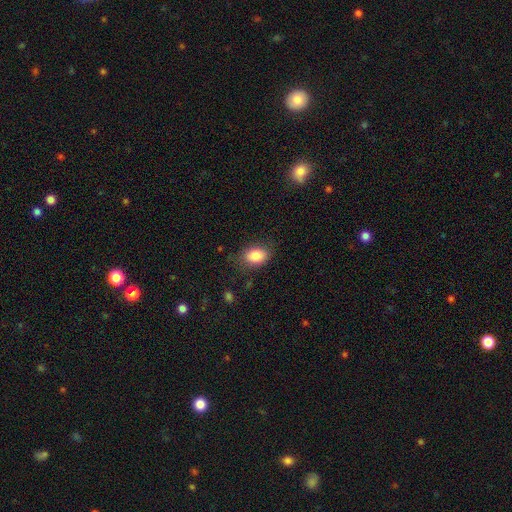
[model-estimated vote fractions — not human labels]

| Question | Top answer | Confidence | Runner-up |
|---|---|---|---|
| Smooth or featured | smooth | 85% | star or artifact (8%) |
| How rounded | in between | 80% | round (19%) |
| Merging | none | 77% | minor disturbance (16%) |